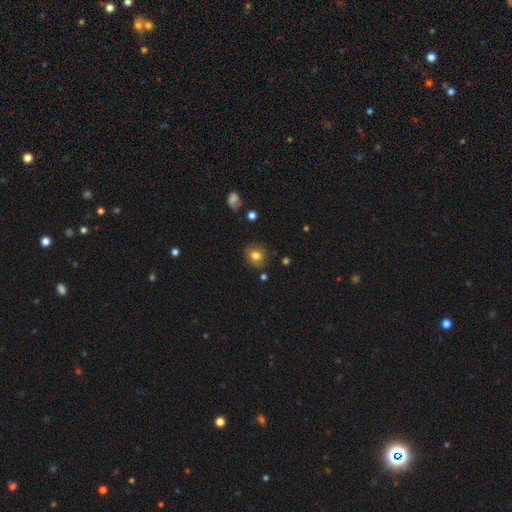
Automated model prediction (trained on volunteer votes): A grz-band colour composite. It shows a smooth galaxy with no disk features (78%) that is round (79%). Merging: none (81%).